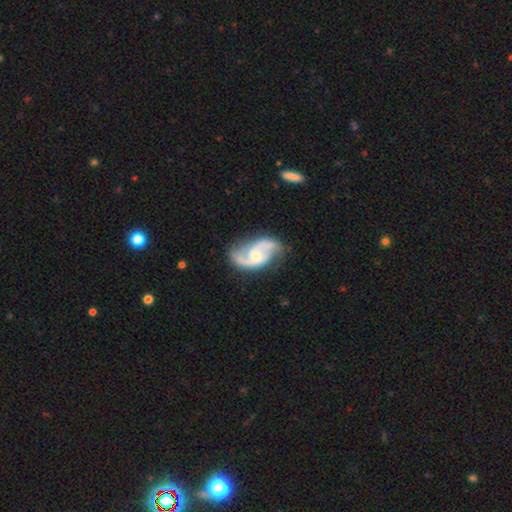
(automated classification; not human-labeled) Morphology: type=featured or disk (88%); edge-on=no (97%); bar=no (53%); spiral arms=yes (97%); winding=medium (52%); arm count=2 (90%); bulge=moderate (46%); merging=none (69%).